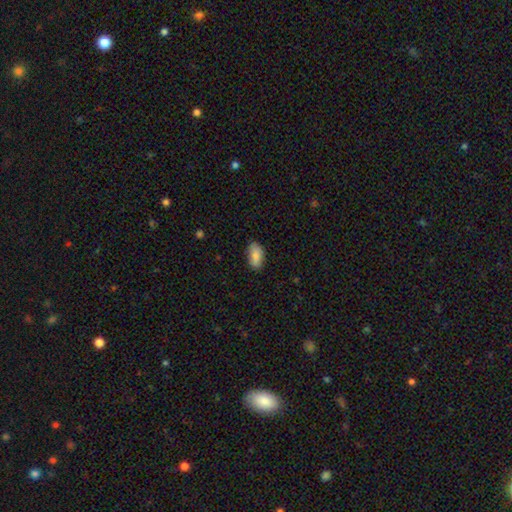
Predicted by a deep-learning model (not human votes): Smooth or featured? Predicted: smooth (p=0.84). How rounded? Predicted: in between (p=0.92). Merging? Predicted: none (p=0.81).